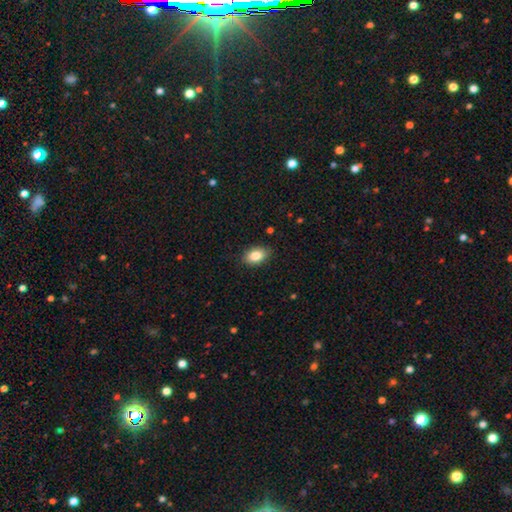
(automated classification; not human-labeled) smooth_or_featured: smooth (p=0.85) [alt: featured or disk p=0.08]
how_rounded: in between (p=0.88) [alt: round p=0.10]
merging: none (p=0.85) [alt: minor disturbance p=0.11]